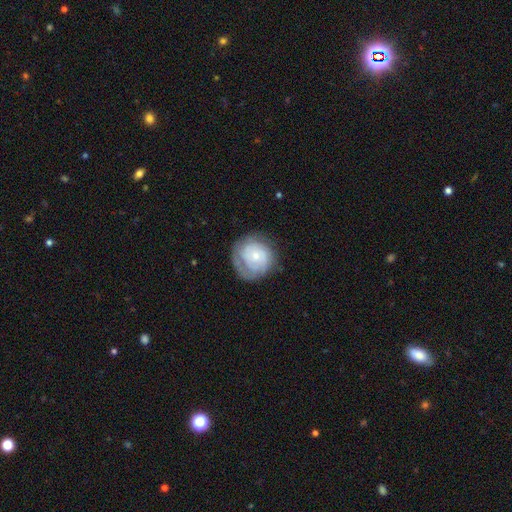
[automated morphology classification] featured or disk 55%, smooth 38%, star or artifact 7%. Down the decision tree: edge-on disk — no (97%); bar — no (84%); spiral arms — yes (69%); bulge size — small (65%); merging — none (62%).